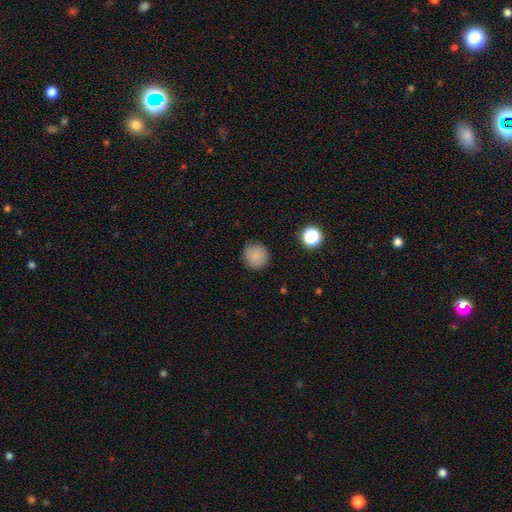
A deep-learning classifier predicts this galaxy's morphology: Overall: smooth (84%). How rounded: round (91%). Merging: none (86%).